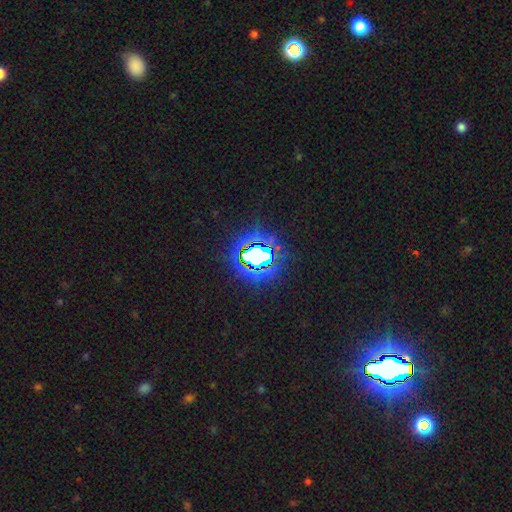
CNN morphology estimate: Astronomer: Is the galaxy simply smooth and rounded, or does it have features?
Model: star or artifact — 75%.